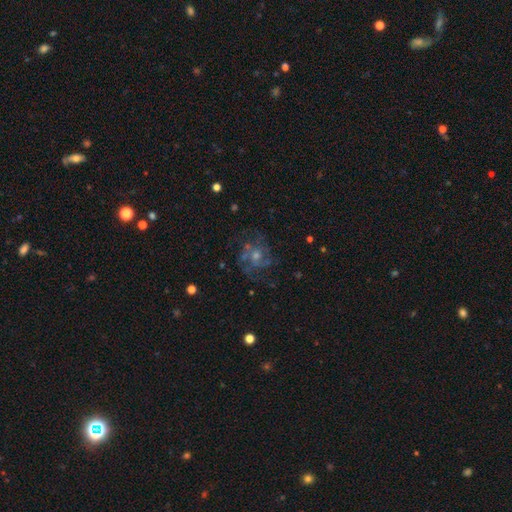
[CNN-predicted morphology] A featured or disk galaxy (66%) with no bar (73%), medium (47%) spiral arms (84%) and a moderate central bulge (49%).

Vote fractions:
- Smooth or featured? featured or disk: 66% / star or artifact: 18% / smooth: 16%
- Edge-on disk? no: 97% / yes: 3%
- Bar? no: 73% / weak: 23% / strong: 4%
- Spiral arms? yes: 84% / no: 16%
- Spiral winding? medium: 47% / tight: 35% / loose: 17%
- Spiral arm count? can't tell: 36% / 3: 24% / 2: 17% / 4: 11% / more than 4: 6% / 1: 6%
- Bulge size? moderate: 49% / small: 39% / none: 6% / large: 5% / dominant: 1%
- Merging? none: 68% / minor disturbance: 16% / major disturbance: 14% / merger: 2%